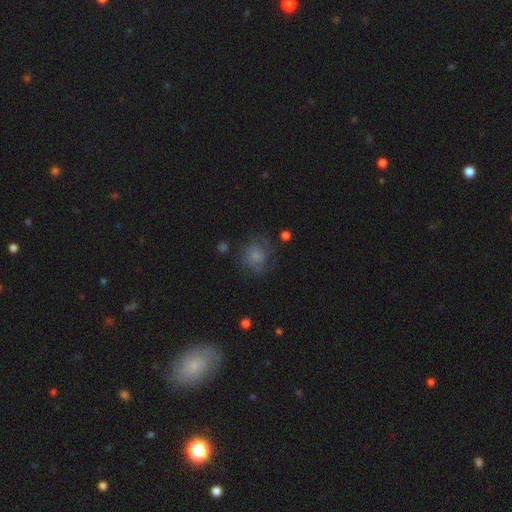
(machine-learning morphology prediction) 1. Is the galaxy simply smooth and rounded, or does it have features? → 67% smooth, 22% featured or disk, 11% star or artifact.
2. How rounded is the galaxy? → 77% round, 23% in between, 1% cigar-shaped.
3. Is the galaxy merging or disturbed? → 57% none, 23% minor disturbance, 17% major disturbance, 2% merger.